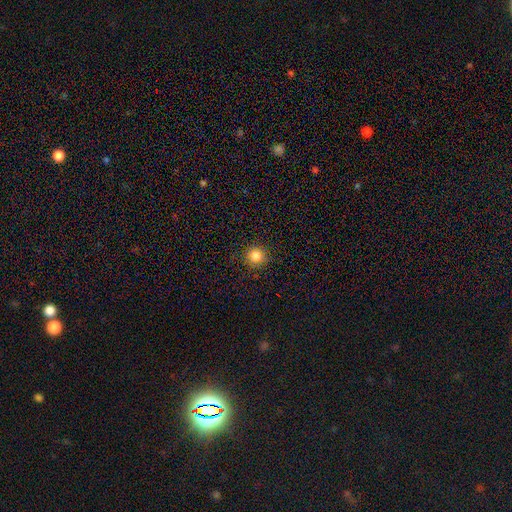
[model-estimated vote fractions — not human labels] A smooth galaxy with no disk features (84%) that is round (93%). Merging: none (89%).